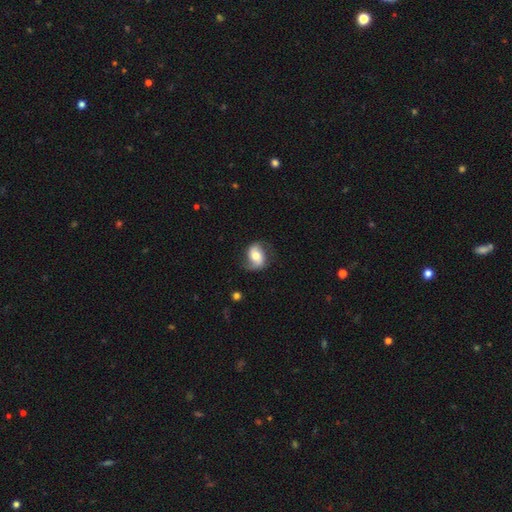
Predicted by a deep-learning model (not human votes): Q: Smooth or featured?
A: featured or disk (58%); runner-up: smooth (35%)
Q: Edge-on disk?
A: no (96%); runner-up: yes (4%)
Q: Bar?
A: no (53%); runner-up: weak (32%)
Q: Spiral arms?
A: yes (86%); runner-up: no (14%)
Q: Bulge size?
A: moderate (66%); runner-up: large (16%)
Q: Merging?
A: none (67%); runner-up: minor disturbance (22%)